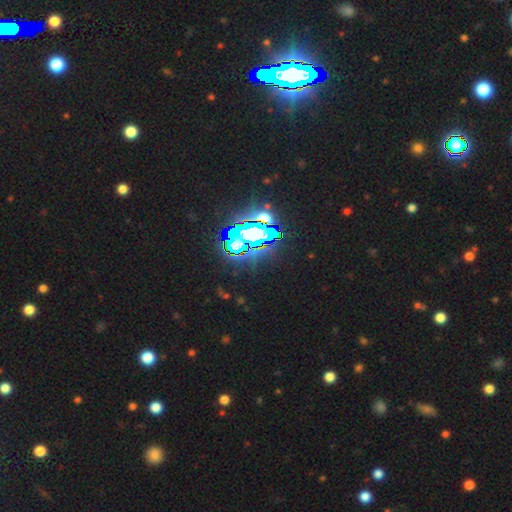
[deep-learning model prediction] This is likely a star or artifact rather than a galaxy (79%).